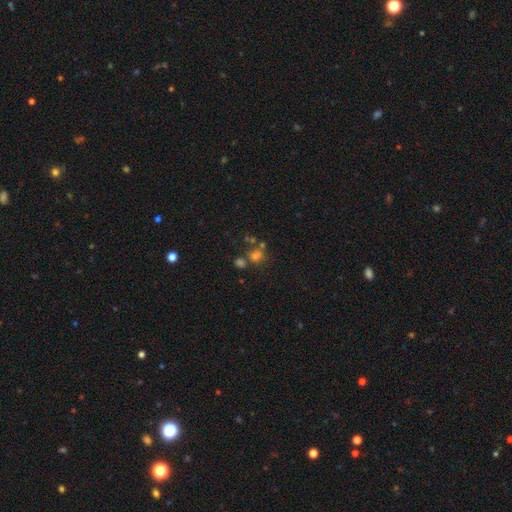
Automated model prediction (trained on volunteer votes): This is likely a smooth galaxy (61%). How rounded: likely round (67%). Merging: possibly none (51%).